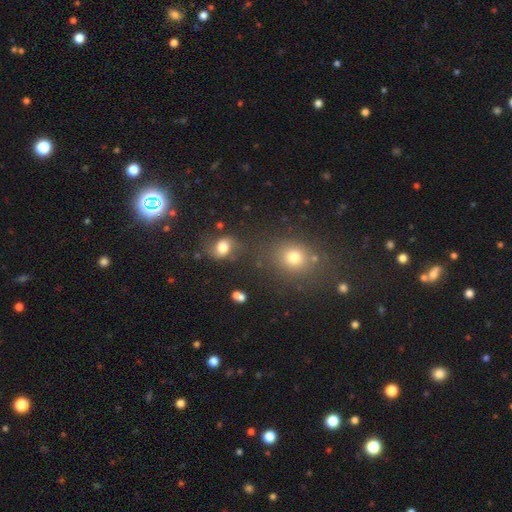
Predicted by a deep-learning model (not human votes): smooth 54%, star or artifact 38%, featured or disk 8%. Down the decision tree: how rounded — round (69%); merging — none (80%).